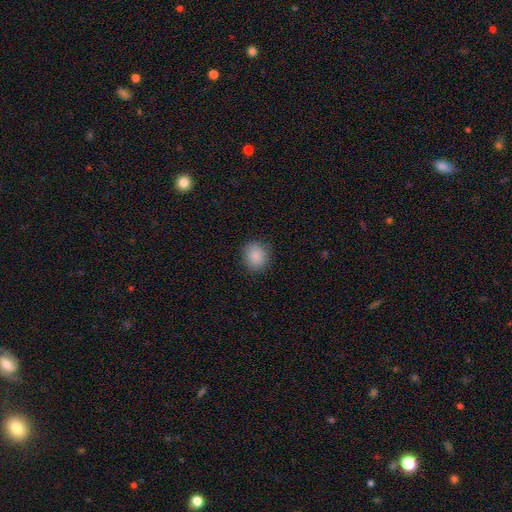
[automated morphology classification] smooth-or-featured: smooth: 88% | star or artifact: 9% | featured or disk: 4%
  how-rounded: round: 78% | in between: 21% | cigar-shaped: 1%
  merging: none: 87% | minor disturbance: 9% | major disturbance: 3% | merger: 1%